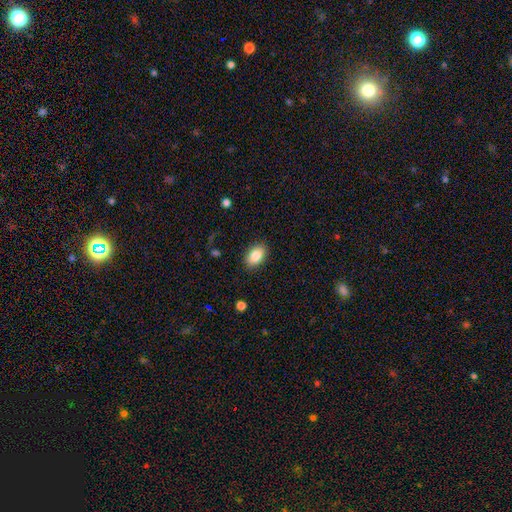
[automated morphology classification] Smooth or featured: smooth — 86% (star or artifact — 7%)
How rounded: in between — 90% (round — 8%)
Merging: none — 88% (minor disturbance — 9%)